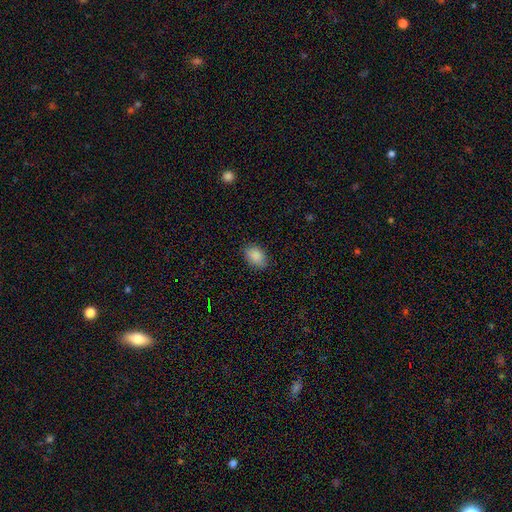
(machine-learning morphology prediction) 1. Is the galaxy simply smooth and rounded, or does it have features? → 88% smooth, 8% star or artifact, 4% featured or disk.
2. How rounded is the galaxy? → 85% in between, 14% round, 1% cigar-shaped.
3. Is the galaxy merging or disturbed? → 84% none, 12% minor disturbance, 3% major disturbance, 1% merger.